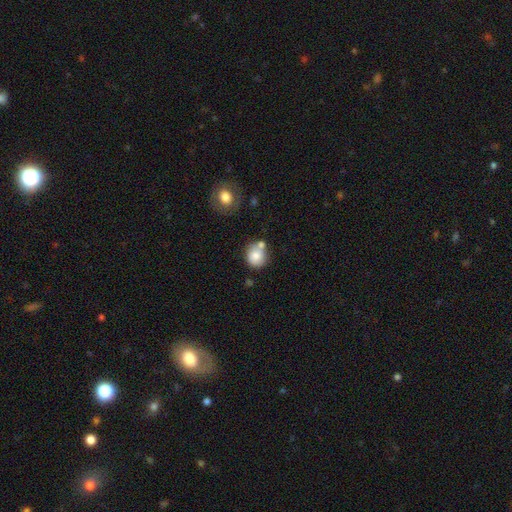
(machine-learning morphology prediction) type=smooth (79%); roundness=round (79%); merging=none (54%).